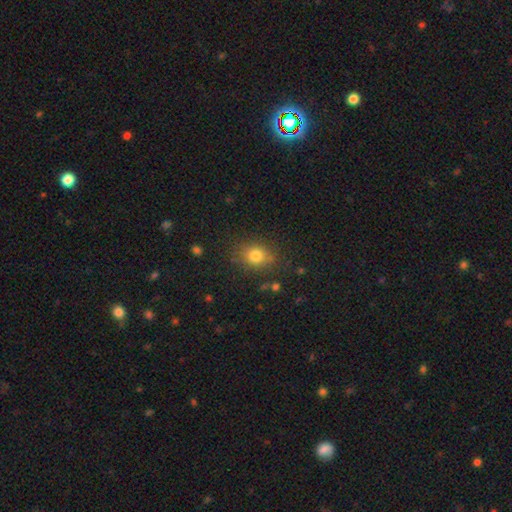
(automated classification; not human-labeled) This is likely a smooth galaxy (80%). How rounded: possibly round (50%). Merging: likely none (79%).